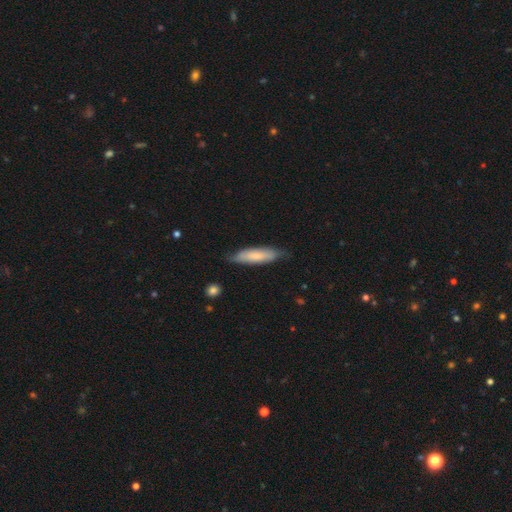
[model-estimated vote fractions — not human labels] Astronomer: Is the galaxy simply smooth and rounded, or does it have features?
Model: smooth — 71%.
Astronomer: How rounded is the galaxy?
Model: cigar-shaped — 64%.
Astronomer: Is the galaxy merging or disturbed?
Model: none — 76%.